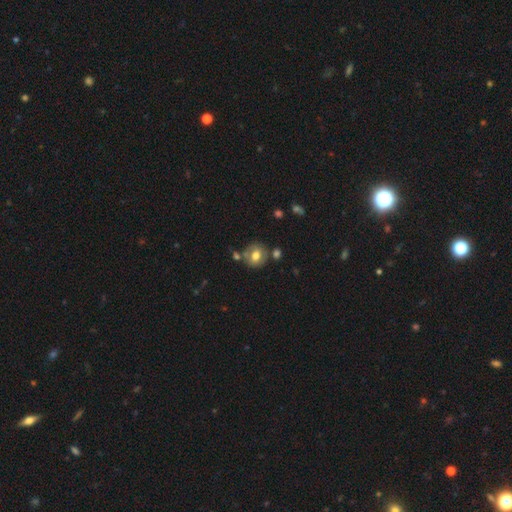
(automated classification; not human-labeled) smooth 67%, featured or disk 24%, star or artifact 9%. Down the decision tree: how rounded — round (72%); merging — none (65%).